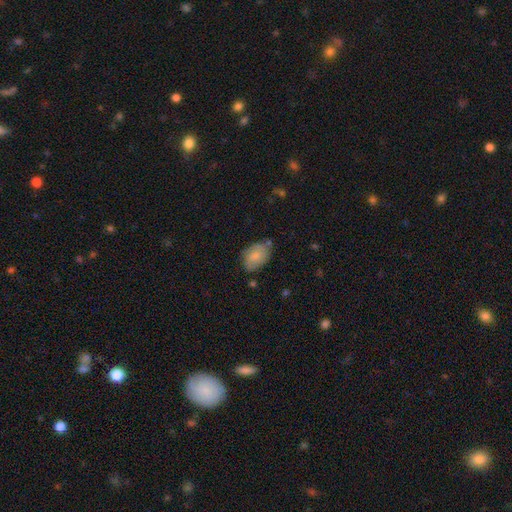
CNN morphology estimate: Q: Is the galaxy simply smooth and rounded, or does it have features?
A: smooth — 77%.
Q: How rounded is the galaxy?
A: in between — 88%.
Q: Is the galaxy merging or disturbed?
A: none — 65%.